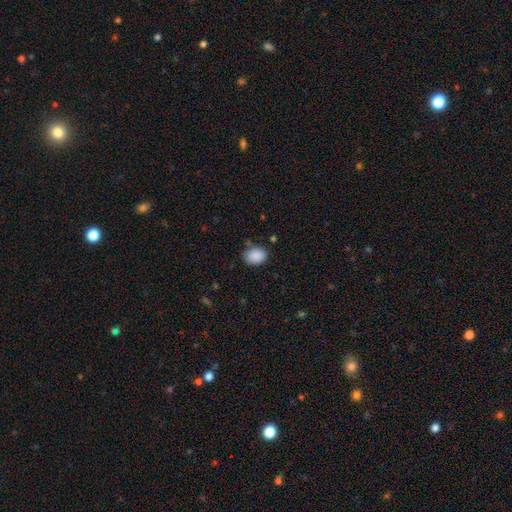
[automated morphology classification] Smooth or featured: smooth — 89% (star or artifact — 8%)
How rounded: in between — 63% (round — 36%)
Merging: none — 80% (minor disturbance — 14%)